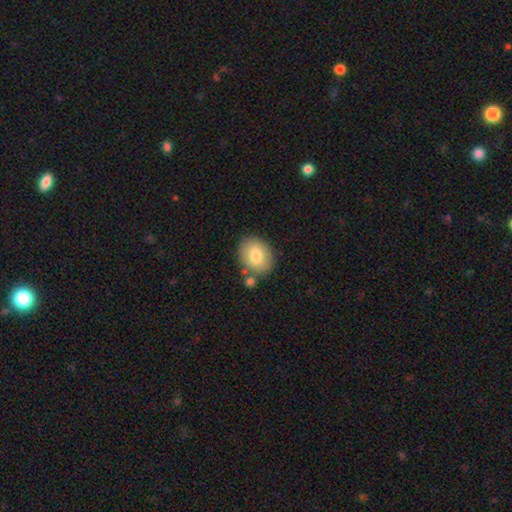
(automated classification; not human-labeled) Smooth or featured? Predicted: smooth (p=0.78). How rounded? Predicted: in between (p=0.56). Merging? Predicted: none (p=0.74).